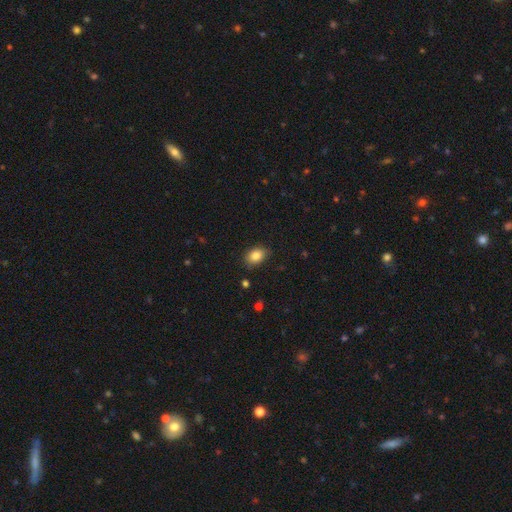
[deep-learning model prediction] This appears to be a smooth galaxy with no disk features (85%) that is in between round and cigar-shaped (74%). Merging: none (80%).